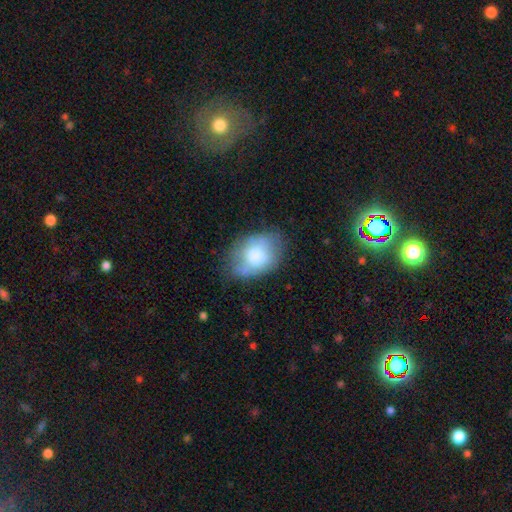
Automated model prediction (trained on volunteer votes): smooth 68%, featured or disk 24%, star or artifact 8%. Down the decision tree: how rounded — in between (76%); merging — none (60%).